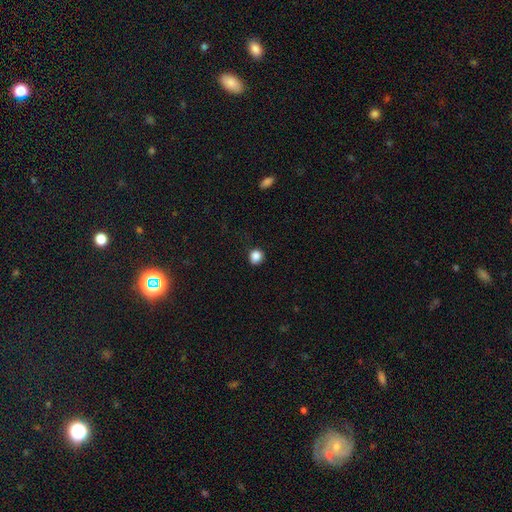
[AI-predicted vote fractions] Smooth or featured: smooth — 86% (star or artifact — 11%)
How rounded: round — 84% (in between — 15%)
Merging: none — 87% (minor disturbance — 9%)